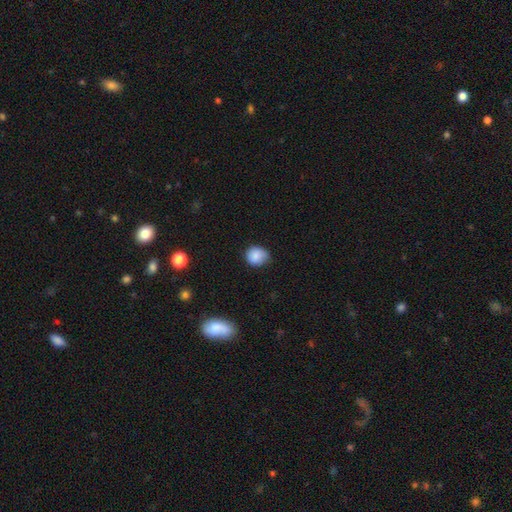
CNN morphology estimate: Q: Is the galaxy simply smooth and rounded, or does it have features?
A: smooth — 84%.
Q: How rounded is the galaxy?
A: round — 77%.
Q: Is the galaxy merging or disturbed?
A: none — 66%.